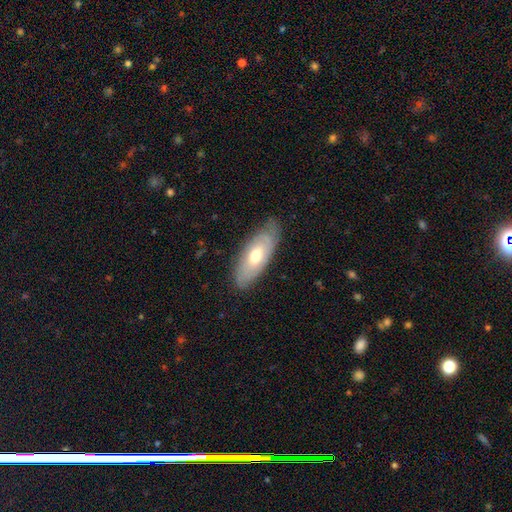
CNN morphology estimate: Q: Smooth or featured?
A: smooth (48%); runner-up: featured or disk (46%)
Q: Merging?
A: none (75%); runner-up: minor disturbance (19%)